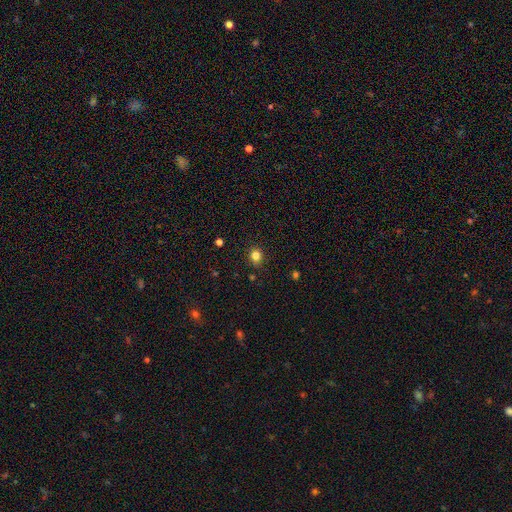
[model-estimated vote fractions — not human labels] Smooth or featured?
  - smooth: 82% *
  - star or artifact: 13%
  - featured or disk: 5%
How rounded?
  - round: 78% *
  - in between: 21%
  - cigar-shaped: 1%
Merging?
  - none: 89% *
  - minor disturbance: 8%
  - major disturbance: 2%
  - merger: 1%